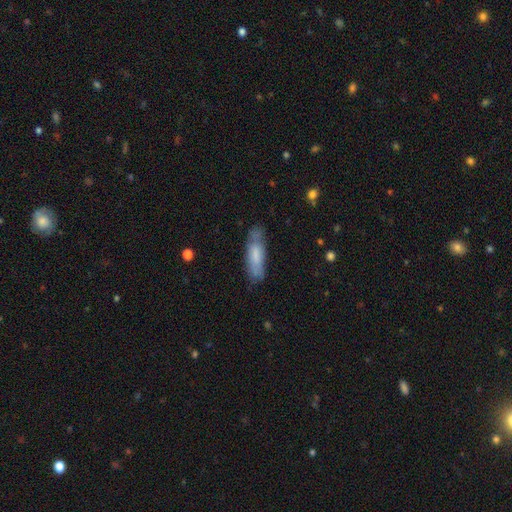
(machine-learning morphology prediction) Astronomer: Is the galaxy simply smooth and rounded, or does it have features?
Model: smooth — 68%.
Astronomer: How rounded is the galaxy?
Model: cigar-shaped — 53% (runner-up: in between, 45%).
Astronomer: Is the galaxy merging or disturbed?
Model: none — 65%.